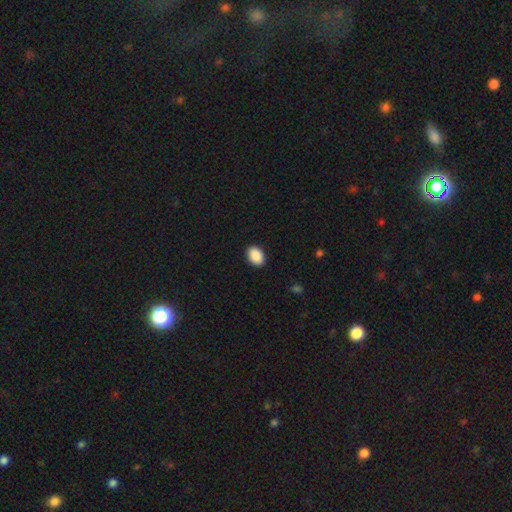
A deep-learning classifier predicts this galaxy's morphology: A smooth galaxy with no disk features (90%) that is in between round and cigar-shaped (78%).

Vote fractions:
- Smooth or featured? smooth: 90% / star or artifact: 7% / featured or disk: 2%
- How rounded? in between: 78% / round: 21% / cigar-shaped: 1%
- Merging? none: 90% / minor disturbance: 7% / major disturbance: 2% / merger: 1%